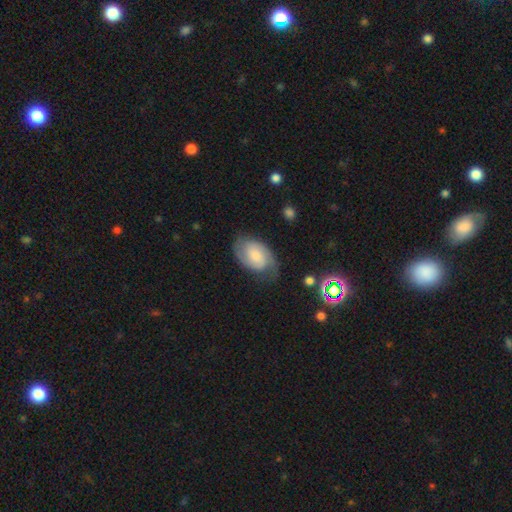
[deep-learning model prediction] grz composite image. It shows a featured or disk galaxy (65%) with no bar (58%), 2 (79%) tight (43%) spiral arms (93%) and a small central bulge (37%). Merging: none (66%).